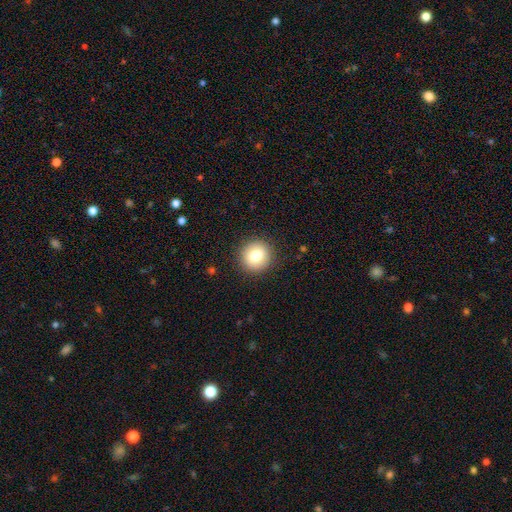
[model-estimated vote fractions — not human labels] Smooth or featured?
  - smooth: 78% *
  - featured or disk: 13%
  - star or artifact: 9%
How rounded?
  - round: 92% *
  - in between: 7%
  - cigar-shaped: 1%
Merging?
  - none: 91% *
  - minor disturbance: 6%
  - major disturbance: 2%
  - merger: 1%